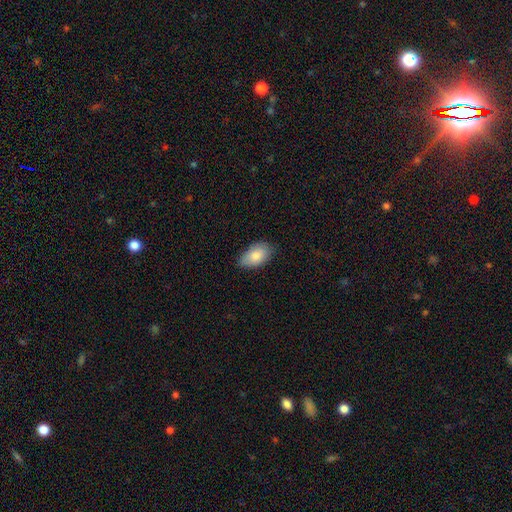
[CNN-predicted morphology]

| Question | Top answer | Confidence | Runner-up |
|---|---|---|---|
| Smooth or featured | smooth | 83% | featured or disk (11%) |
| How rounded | in between | 94% | round (4%) |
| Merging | none | 74% | minor disturbance (22%) |